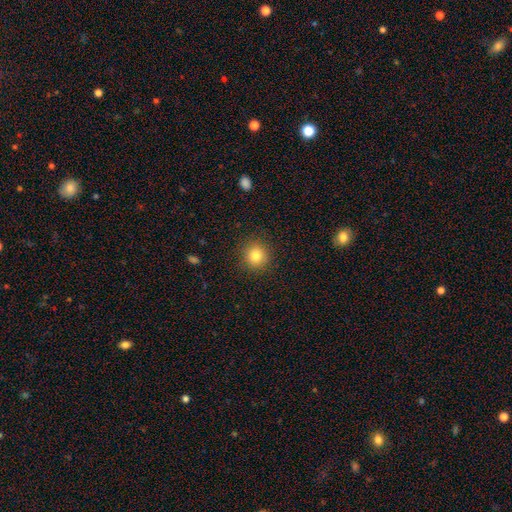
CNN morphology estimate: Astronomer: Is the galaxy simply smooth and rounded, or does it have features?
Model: smooth — 82%.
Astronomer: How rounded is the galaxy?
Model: round — 91%.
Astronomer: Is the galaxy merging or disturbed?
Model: none — 90%.